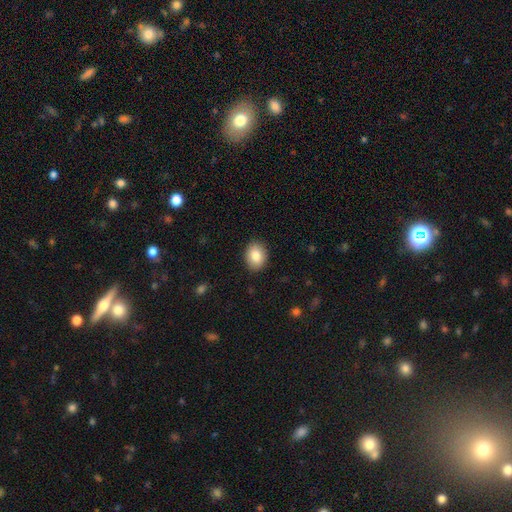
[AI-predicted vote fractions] A smooth galaxy with no disk features (84%) that is in between round and cigar-shaped (62%). Merging: none (89%).